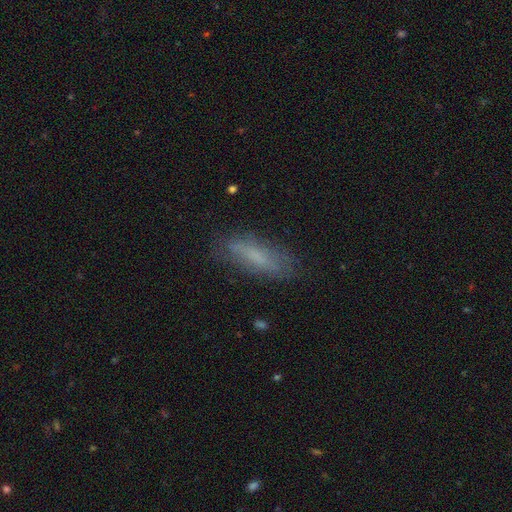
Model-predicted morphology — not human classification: type=smooth (64%); roundness=cigar-shaped (57%); merging=none (75%).